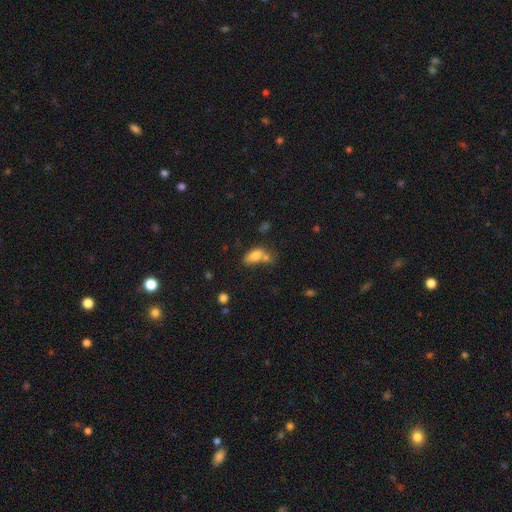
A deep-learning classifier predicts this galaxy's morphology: Smooth or featured? Predicted: smooth (p=0.77). How rounded? Predicted: in between (p=0.87). Merging? Predicted: merger (p=0.41).